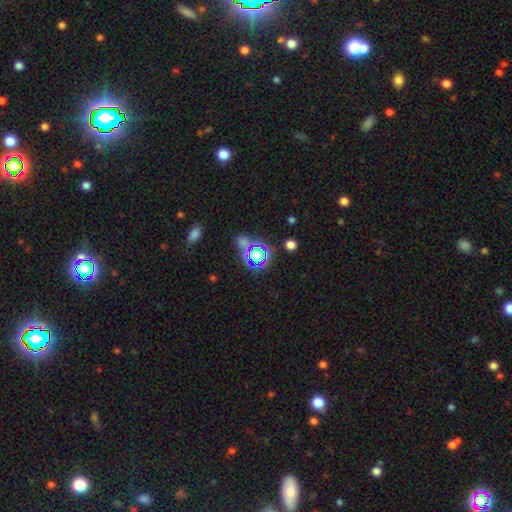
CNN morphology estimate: star or artifact 67%, smooth 23%, featured or disk 10%.